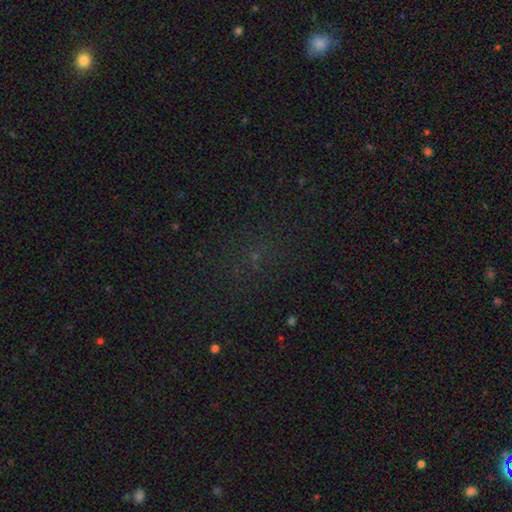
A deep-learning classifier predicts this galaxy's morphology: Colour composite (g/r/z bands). It shows a star or artifact, not a galaxy (60%).